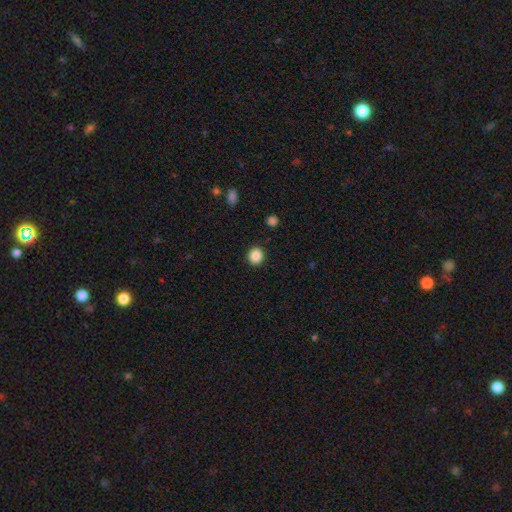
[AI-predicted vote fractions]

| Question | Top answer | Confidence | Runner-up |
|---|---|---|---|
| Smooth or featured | smooth | 87% | star or artifact (10%) |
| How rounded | round | 88% | in between (11%) |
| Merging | none | 91% | minor disturbance (6%) |